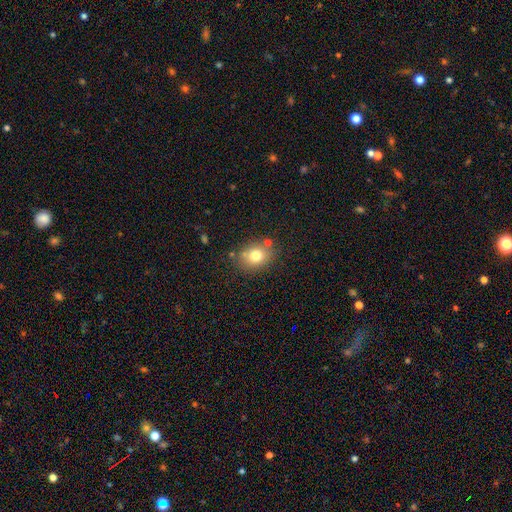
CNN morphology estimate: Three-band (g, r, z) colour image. It shows a smooth galaxy with no disk features (76%) that is in between round and cigar-shaped (50%). Merging: none (75%).